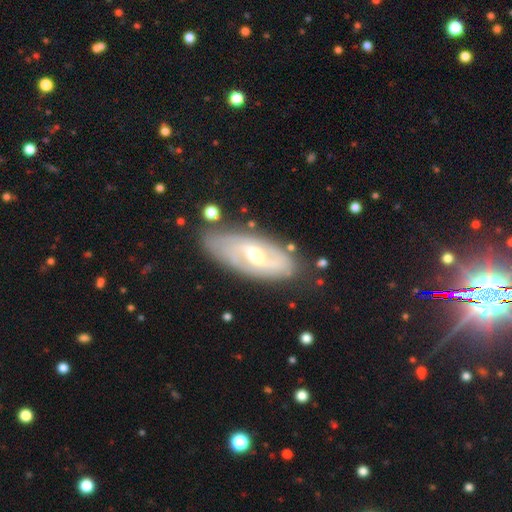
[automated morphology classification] Smooth or featured? featured or disk (78%)
Edge-on disk? no (90%)
Bar? weak (51%)
Spiral arms? yes (88%)
Spiral winding? medium (42%)
Spiral arm count? 2 (70%)
Bulge size? moderate (64%)
Merging? none (77%)